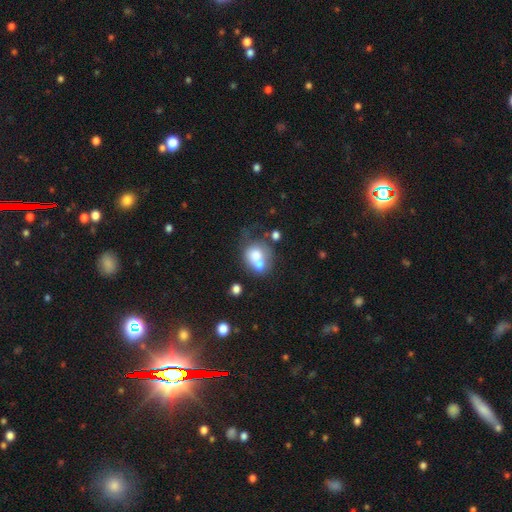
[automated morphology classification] Q: Smooth or featured?
A: smooth (65%); runner-up: featured or disk (26%)
Q: How rounded?
A: round (53%); runner-up: in between (45%)
Q: Merging?
A: merger (59%); runner-up: none (21%)